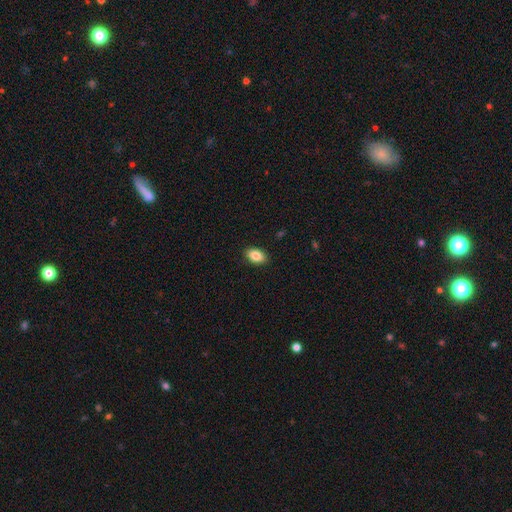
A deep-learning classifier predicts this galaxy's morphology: The model was most divided on "how rounded": in between: 88%, round: 10%, cigar-shaped: 2%. More confident: merging — none (89%); smooth or featured — smooth (86%).